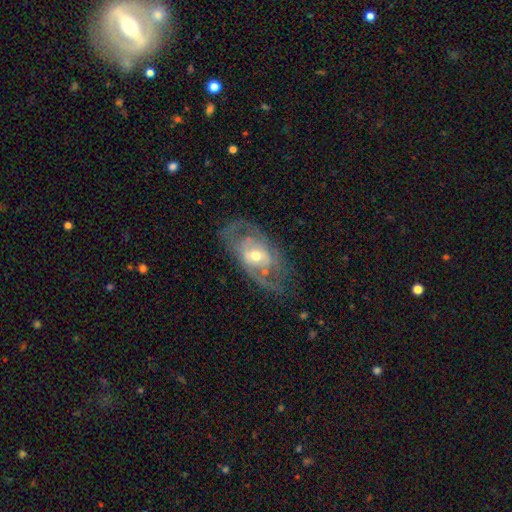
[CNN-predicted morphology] The model was most divided on "spiral winding": medium: 43%, tight: 36%, loose: 21%. More confident: edge-on disk — no (92%); smooth or featured — featured or disk (77%); spiral arms — yes (73%); bulge size — moderate (66%); merging — none (66%); spiral arm count — 2 (63%); bar — no (56%).